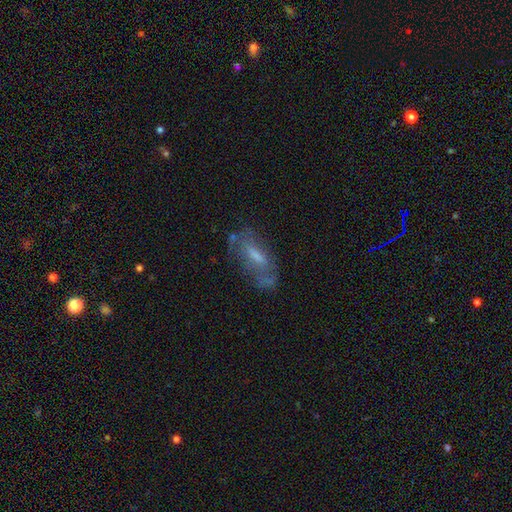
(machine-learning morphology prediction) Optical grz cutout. It shows a featured or disk galaxy (53%). Merging: none (60%).